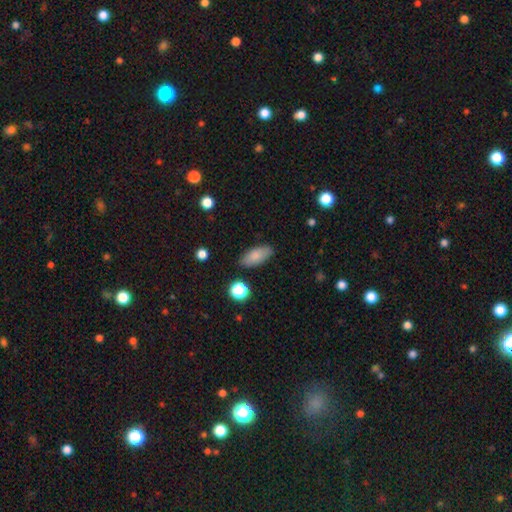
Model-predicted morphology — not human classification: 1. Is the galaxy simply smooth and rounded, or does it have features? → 82% smooth, 10% featured or disk, 8% star or artifact.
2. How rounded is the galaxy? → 86% in between, 11% cigar-shaped, 3% round.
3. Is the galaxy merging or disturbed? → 85% none, 11% minor disturbance, 3% major disturbance, 2% merger.